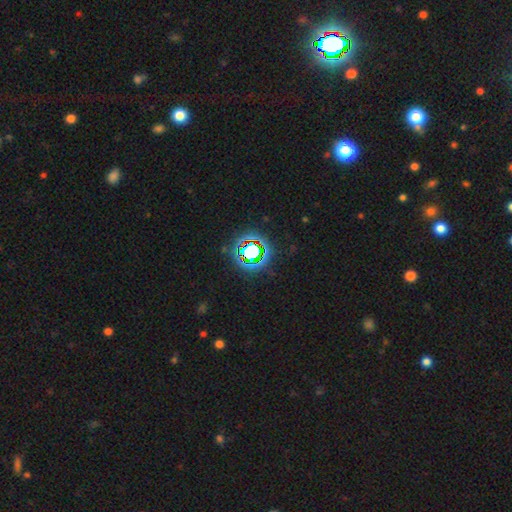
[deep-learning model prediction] A star or artifact, not a galaxy (80%).